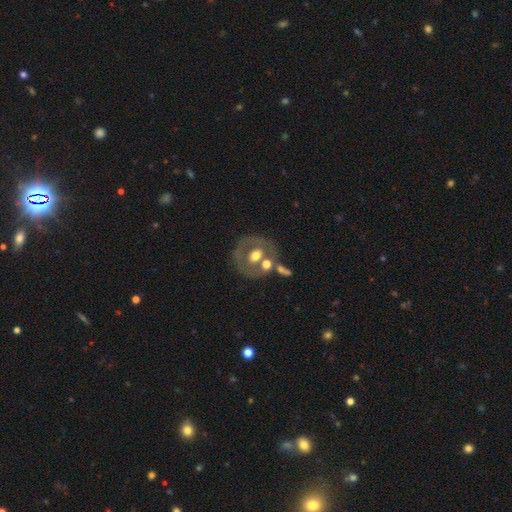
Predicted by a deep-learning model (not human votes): smooth-or-featured: featured or disk: 53% | smooth: 39% | star or artifact: 8%
  disk-edge-on: no: 94% | yes: 6%
  merging: none: 60% | merger: 18% | minor disturbance: 15% | major disturbance: 8%